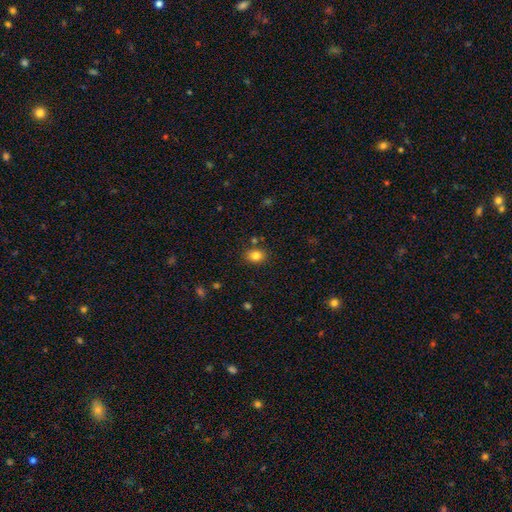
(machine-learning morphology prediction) A smooth galaxy with no disk features (83%) that is in between round and cigar-shaped (52%). Merging: none (82%).